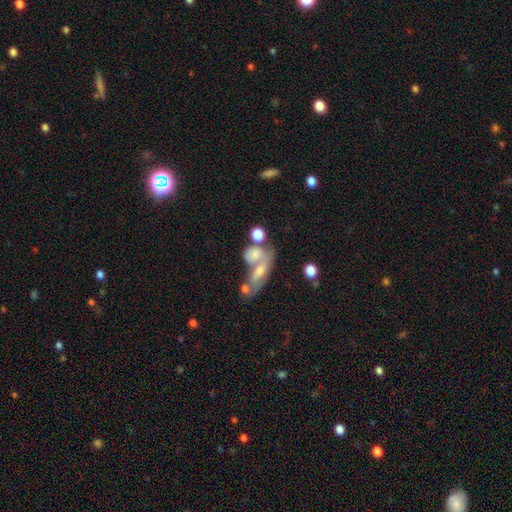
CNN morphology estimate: smooth 64%, featured or disk 25%, star or artifact 10%. Down the decision tree: how rounded — in between (59%); merging — merger (54%).